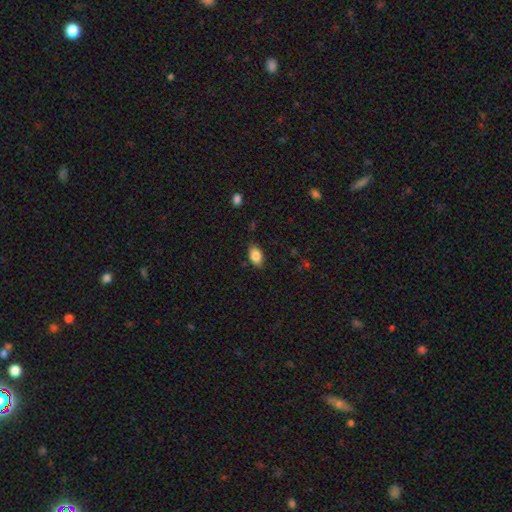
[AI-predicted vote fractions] smooth 85%, star or artifact 8%, featured or disk 7%. Down the decision tree: how rounded — in between (90%); merging — none (83%).